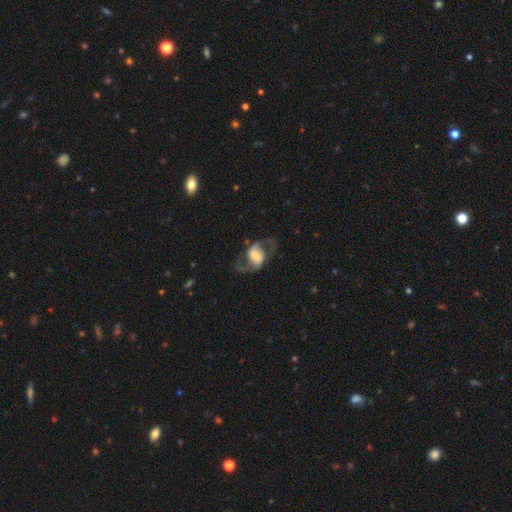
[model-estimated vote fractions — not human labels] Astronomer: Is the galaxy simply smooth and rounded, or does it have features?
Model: featured or disk — 80%.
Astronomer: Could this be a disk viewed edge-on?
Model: no — 96%.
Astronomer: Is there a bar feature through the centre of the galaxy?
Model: weak — 41% (runner-up: strong, 31%).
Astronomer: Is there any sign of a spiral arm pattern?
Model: yes — 91%.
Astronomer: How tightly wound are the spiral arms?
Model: medium — 46%, tied with loose at 46%.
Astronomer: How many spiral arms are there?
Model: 2 — 92%.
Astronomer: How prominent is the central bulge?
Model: large — 32% (runner-up: moderate, 25%).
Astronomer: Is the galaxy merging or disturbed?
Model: none — 69%.